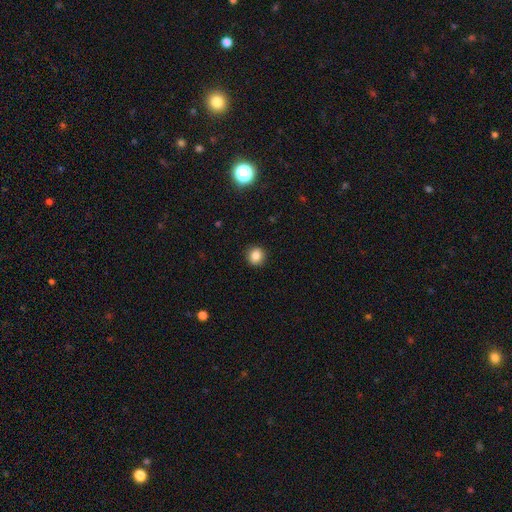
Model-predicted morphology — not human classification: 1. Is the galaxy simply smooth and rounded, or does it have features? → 84% smooth, 11% star or artifact, 5% featured or disk.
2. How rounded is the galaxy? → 91% round, 8% in between, 1% cigar-shaped.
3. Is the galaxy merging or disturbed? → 92% none, 6% minor disturbance, 2% major disturbance, 1% merger.